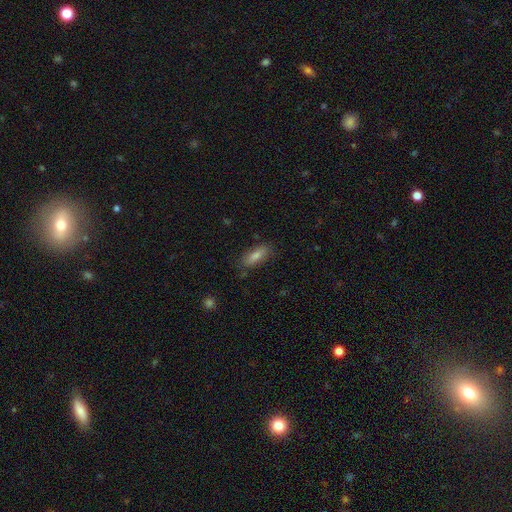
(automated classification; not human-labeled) Smooth or featured? Predicted: smooth (p=0.75). How rounded? Predicted: in between (p=0.59). Merging? Predicted: none (p=0.82).